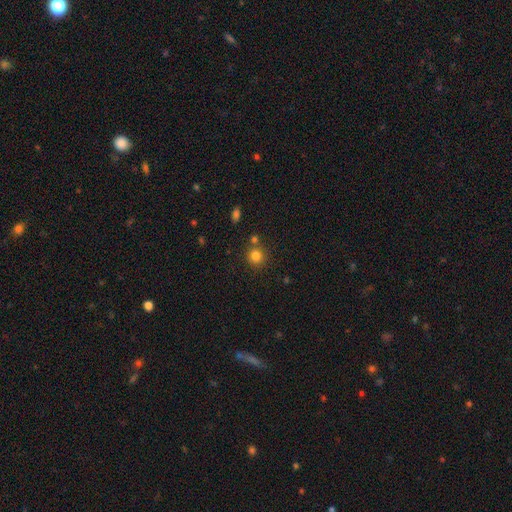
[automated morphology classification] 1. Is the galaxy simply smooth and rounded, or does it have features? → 82% smooth, 13% star or artifact, 6% featured or disk.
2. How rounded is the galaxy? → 90% round, 10% in between, 1% cigar-shaped.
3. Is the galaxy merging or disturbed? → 74% none, 13% merger, 9% minor disturbance, 3% major disturbance.